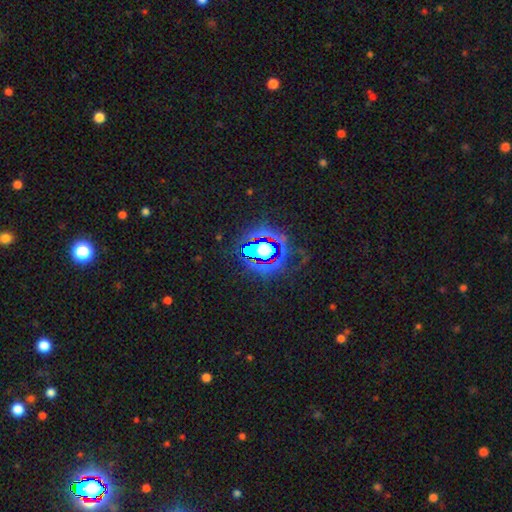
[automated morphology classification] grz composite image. It shows a star or artifact, not a galaxy (80%).